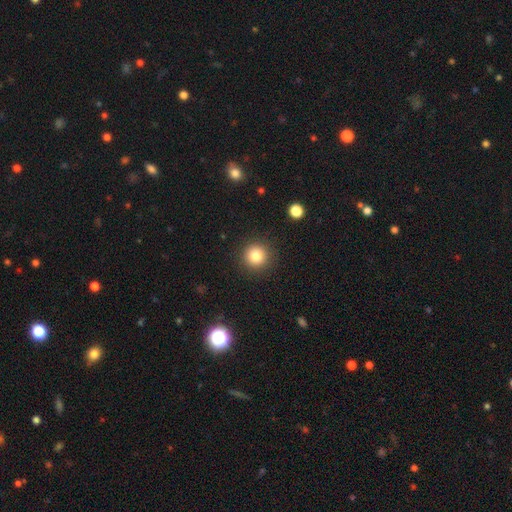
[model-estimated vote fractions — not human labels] This appears to be a smooth galaxy with no disk features (83%) that is round (95%). Merging: none (91%).